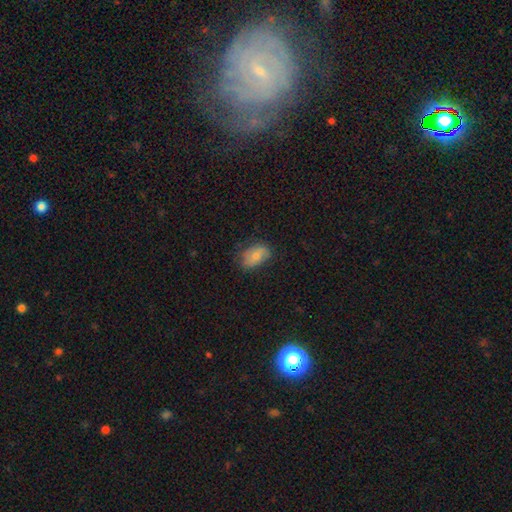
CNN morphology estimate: smooth_or_featured: smooth (p=0.69) [alt: featured or disk p=0.24]
how_rounded: in between (p=0.86) [alt: round p=0.12]
merging: none (p=0.69) [alt: minor disturbance p=0.24]